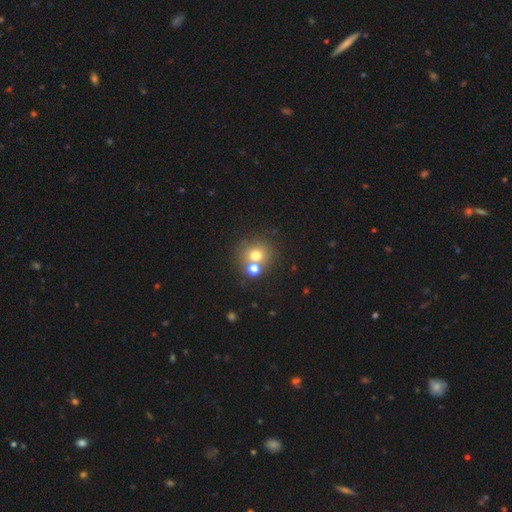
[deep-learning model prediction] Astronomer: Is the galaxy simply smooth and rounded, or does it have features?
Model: smooth — 70%.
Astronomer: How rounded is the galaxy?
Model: round — 87%.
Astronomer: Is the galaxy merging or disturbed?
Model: none — 61%.